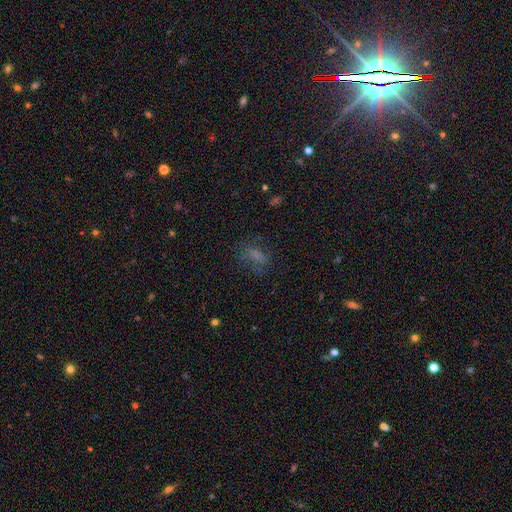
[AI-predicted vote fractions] Overall: smooth (60%; star or artifact 22%). How rounded: in between (73%). Merging: none (61%).